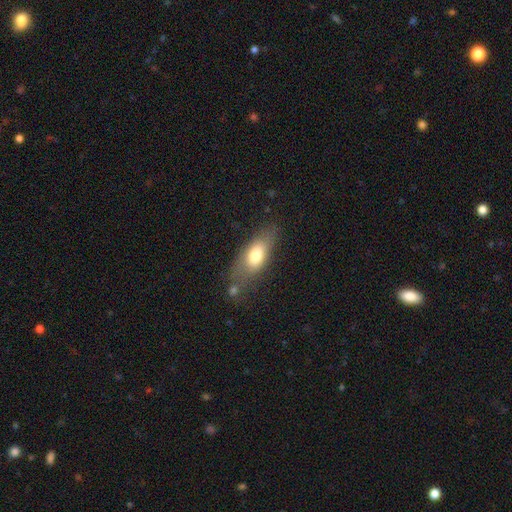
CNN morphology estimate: smooth 71%, featured or disk 21%, star or artifact 7%. Down the decision tree: how rounded — in between (76%); merging — none (61%).